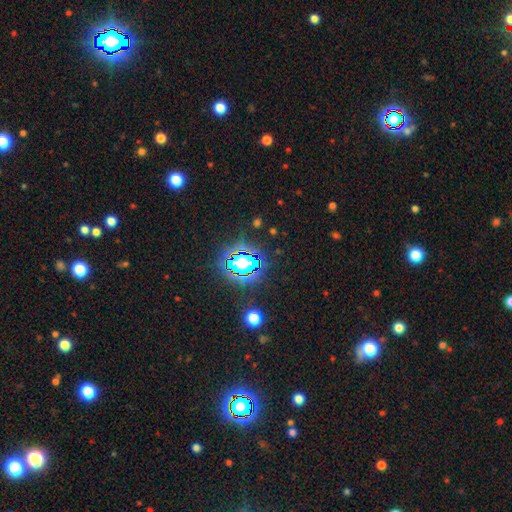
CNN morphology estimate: smooth_or_featured: star or artifact (p=0.81) [alt: smooth p=0.12]